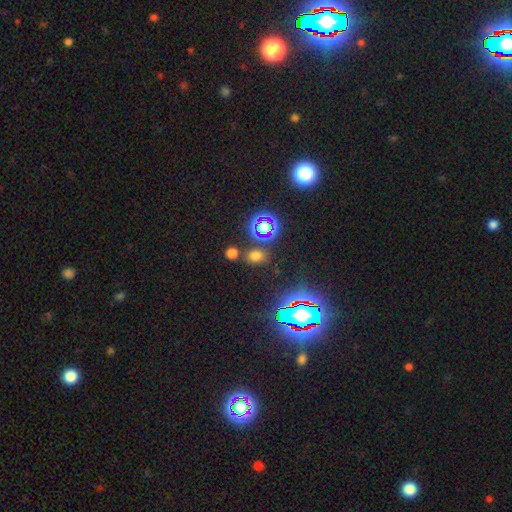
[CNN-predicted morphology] Q: Smooth or featured?
A: smooth (60%); runner-up: star or artifact (33%)
Q: How rounded?
A: round (55%); runner-up: in between (43%)
Q: Merging?
A: none (80%); runner-up: minor disturbance (9%)